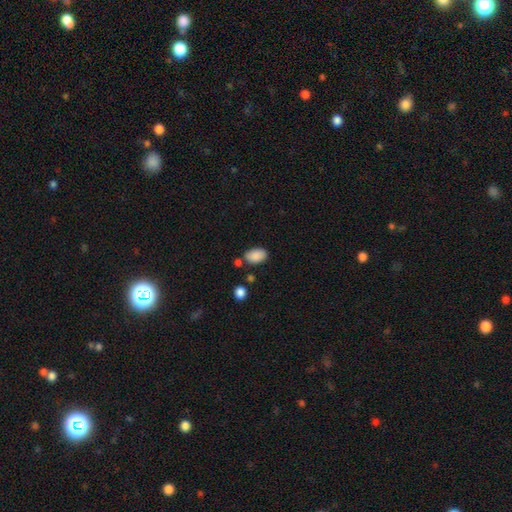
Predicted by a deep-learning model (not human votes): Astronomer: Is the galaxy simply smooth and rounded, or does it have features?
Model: smooth — 88%.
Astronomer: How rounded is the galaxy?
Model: in between — 90%.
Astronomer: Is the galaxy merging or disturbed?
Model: none — 74%.